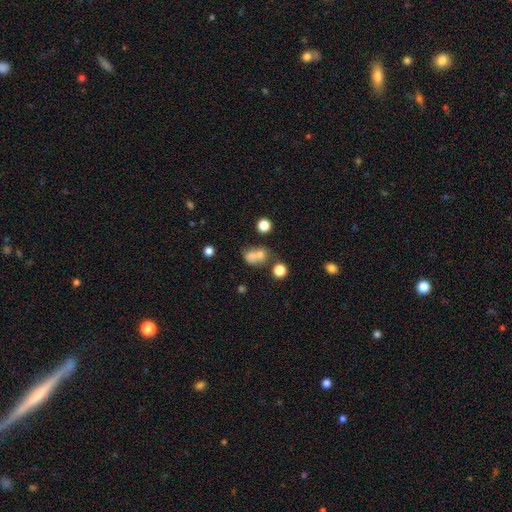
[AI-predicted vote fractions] Overall: smooth (71%). How rounded: in between (56%; round 42%). Merging: merger (48%; none 32%).